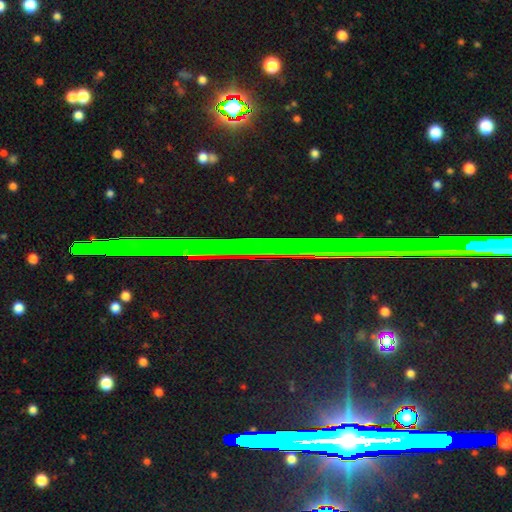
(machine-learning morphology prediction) Smooth or featured: star or artifact — 80% (featured or disk — 13%)